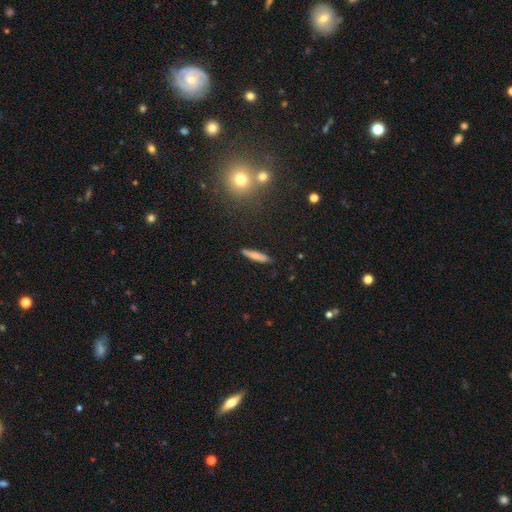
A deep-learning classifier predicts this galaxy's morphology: Overall: smooth (71%). How rounded: cigar-shaped (86%). Merging: none (87%).